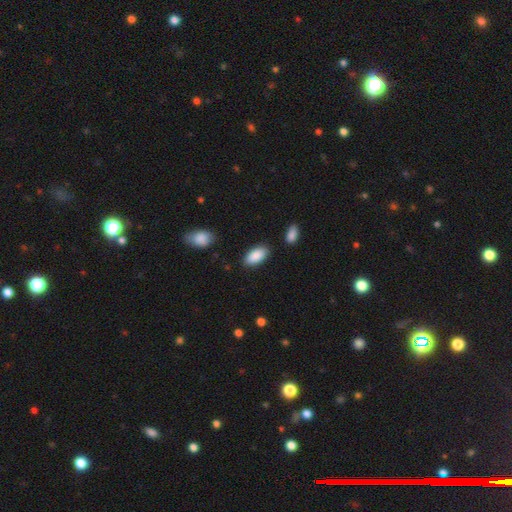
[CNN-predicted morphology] Smooth or featured?
  - smooth: 90% *
  - star or artifact: 6%
  - featured or disk: 4%
How rounded?
  - in between: 94% *
  - cigar-shaped: 4%
  - round: 2%
Merging?
  - none: 85% *
  - minor disturbance: 10%
  - merger: 3%
  - major disturbance: 2%